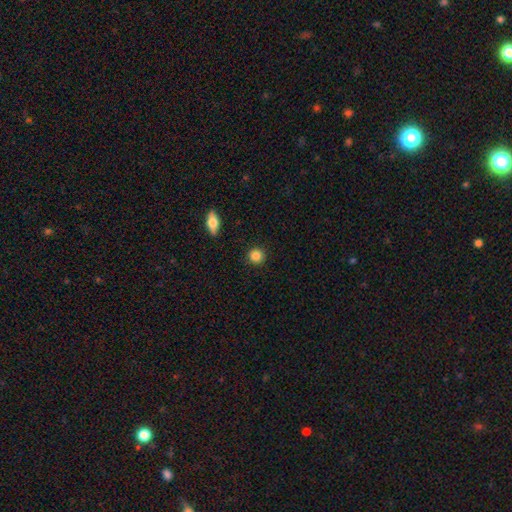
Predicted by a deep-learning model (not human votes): smooth_or_featured: smooth (p=0.87) [alt: star or artifact p=0.09]
how_rounded: round (p=0.93) [alt: in between p=0.06]
merging: none (p=0.91) [alt: minor disturbance p=0.06]